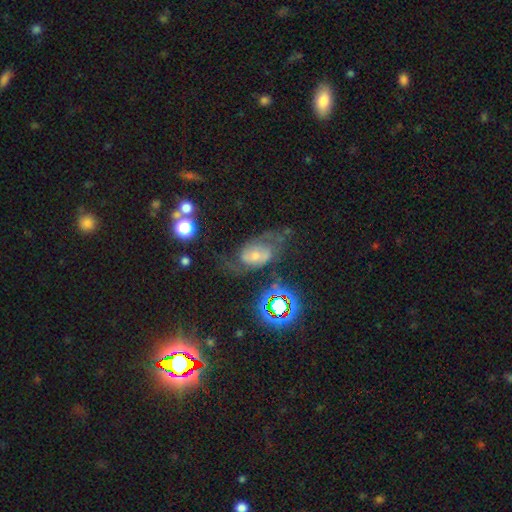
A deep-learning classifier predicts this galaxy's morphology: smooth-or-featured: featured or disk: 64% | star or artifact: 18% | smooth: 18%
  disk-edge-on: no: 94% | yes: 6%
    bar: no: 56% | weak: 33% | strong: 10%
    has-spiral-arms: yes: 86% | no: 14%
      spiral-winding: medium: 47% | tight: 27% | loose: 26%
      spiral-arm-count: 2: 70% | can't tell: 18% | 1: 5% | 3: 4% | 4: 2% | more than 4: 2%
    bulge-size: small: 51% | moderate: 38% | large: 5% | none: 4% | dominant: 2%
  merging: none: 51% | minor disturbance: 22% | major disturbance: 22% | merger: 4%